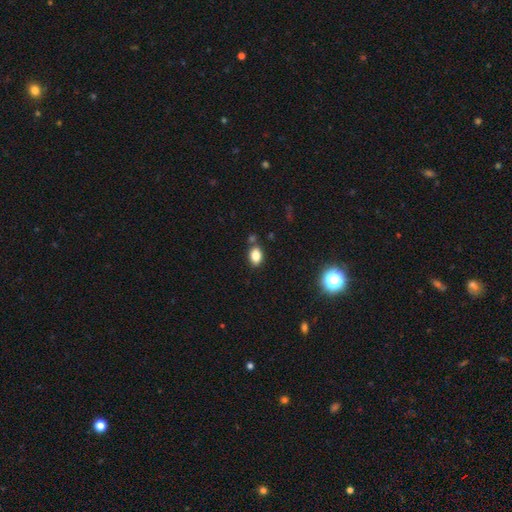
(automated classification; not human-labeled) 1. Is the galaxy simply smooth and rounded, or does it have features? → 82% smooth, 11% star or artifact, 7% featured or disk.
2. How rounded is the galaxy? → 79% in between, 20% round, 2% cigar-shaped.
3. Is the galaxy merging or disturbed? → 75% none, 12% minor disturbance, 9% merger, 3% major disturbance.